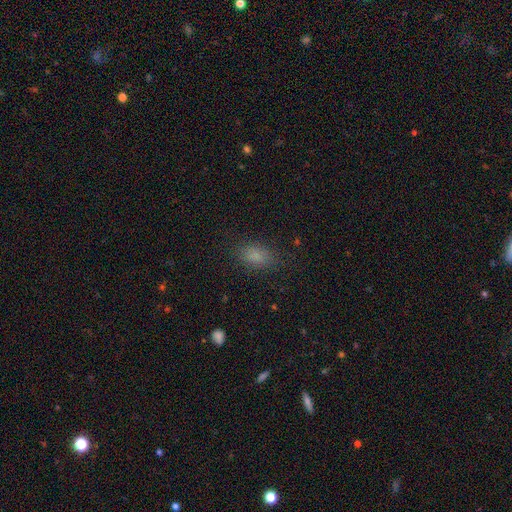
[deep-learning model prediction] A smooth galaxy with no disk features (82%) that is in between round and cigar-shaped (85%).

Vote fractions:
- Smooth or featured? smooth: 82% / star or artifact: 12% / featured or disk: 5%
- How rounded? in between: 85% / round: 12% / cigar-shaped: 3%
- Merging? none: 82% / minor disturbance: 13% / major disturbance: 5% / merger: 1%